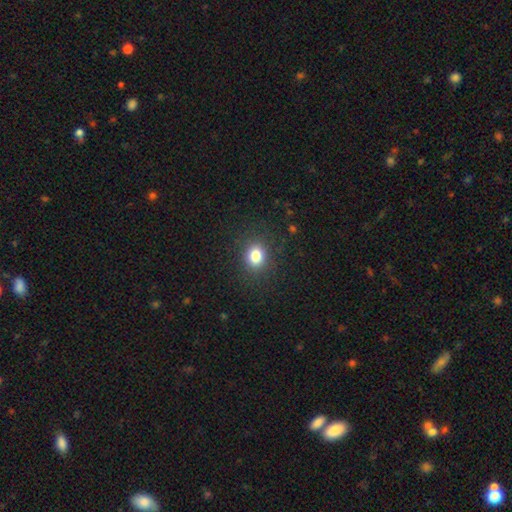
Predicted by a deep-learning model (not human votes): Morphology: type=smooth (82%); roundness=round (62%); merging=none (87%).